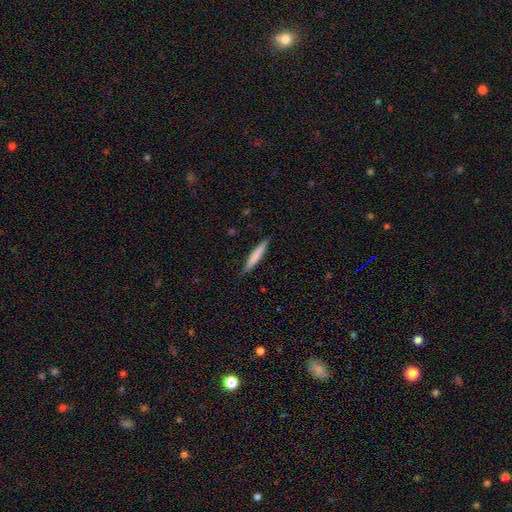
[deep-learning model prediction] A smooth galaxy with no disk features (74%) that is cigar-shaped (94%). Merging: none (89%).